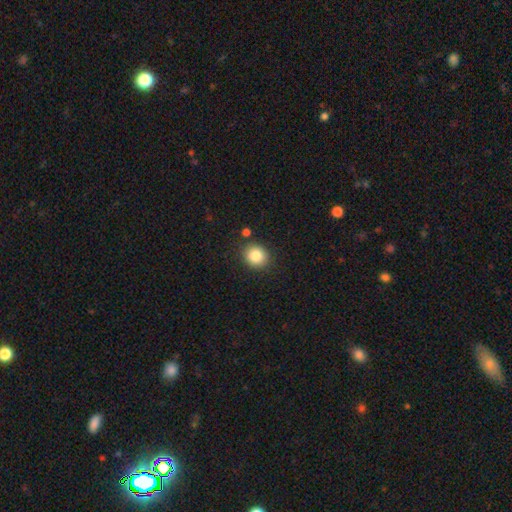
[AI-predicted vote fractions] Morphology: type=smooth (84%); roundness=round (78%); merging=none (86%).